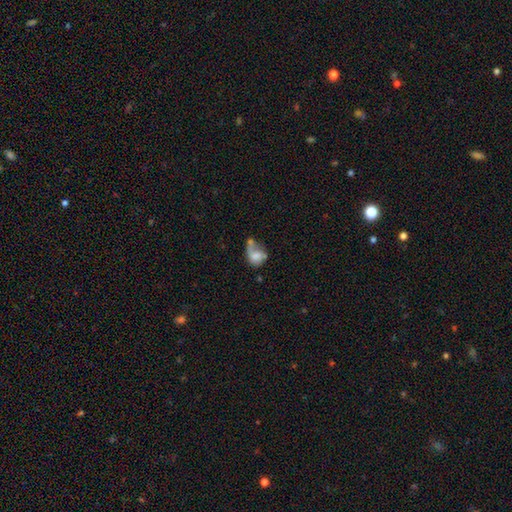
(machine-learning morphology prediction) This appears to be a smooth galaxy with no disk features (59%) that is in between round and cigar-shaped (65%). Merging: major disturbance (33%).